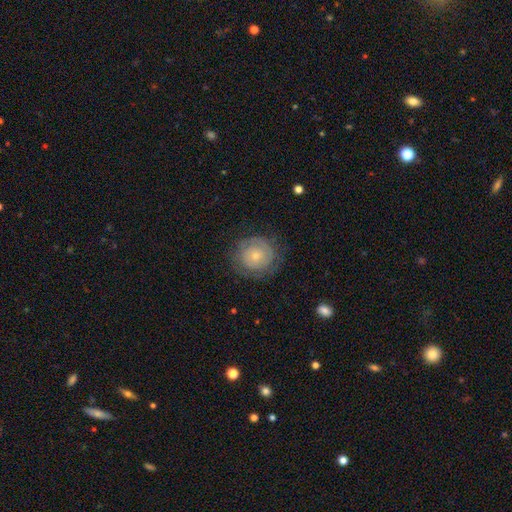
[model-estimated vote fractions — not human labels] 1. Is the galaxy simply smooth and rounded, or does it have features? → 52% featured or disk, 40% smooth, 8% star or artifact.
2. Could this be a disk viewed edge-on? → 97% no, 3% yes.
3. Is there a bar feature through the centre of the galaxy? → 86% no, 12% weak, 2% strong.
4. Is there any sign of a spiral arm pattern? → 69% yes, 31% no.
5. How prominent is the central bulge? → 70% small, 25% moderate, 2% none, 2% large, 1% dominant.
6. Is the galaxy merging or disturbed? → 76% none, 16% minor disturbance, 8% major disturbance, 1% merger.